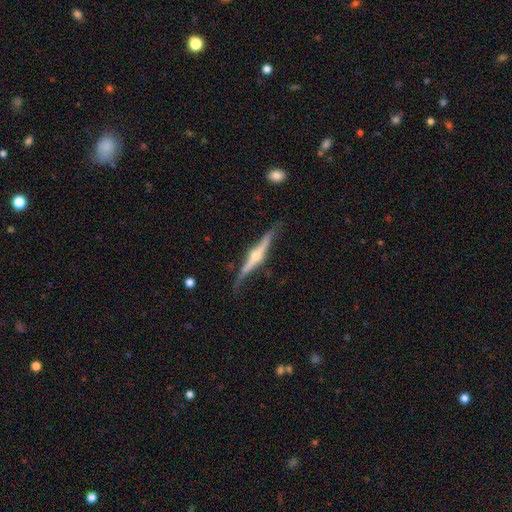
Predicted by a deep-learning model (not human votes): The model was most divided on "merging": none: 78%, minor disturbance: 17%, major disturbance: 4%, merger: 2%. More confident: edge-on disk — yes (97%); edge-on bulge — rounded (89%); smooth or featured — featured or disk (83%).